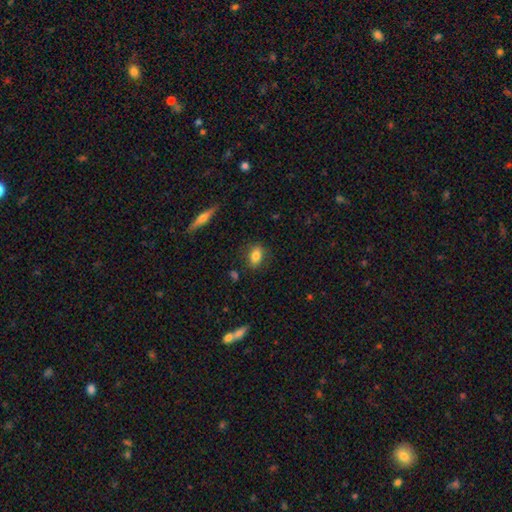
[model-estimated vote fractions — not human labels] Morphology: type=smooth (79%); roundness=in between (78%); merging=none (81%).